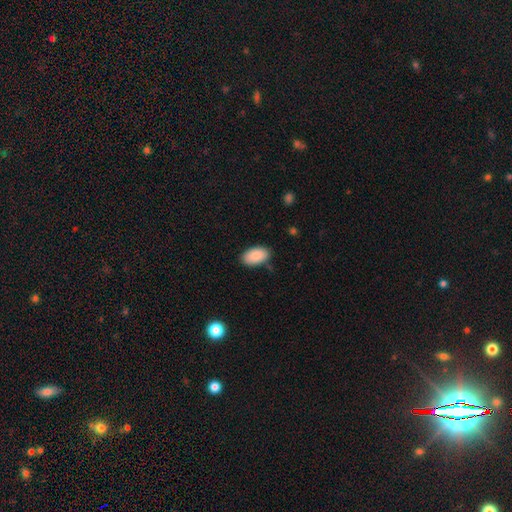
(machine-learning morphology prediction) smooth 90%, star or artifact 6%, featured or disk 4%. Down the decision tree: how rounded — in between (95%); merging — none (83%).